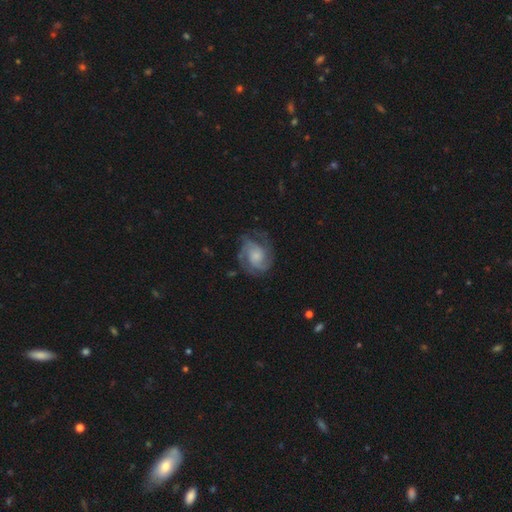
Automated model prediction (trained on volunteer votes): Smooth or featured: featured or disk — 78% (smooth — 16%)
Edge-on disk: no — 98% (yes — 2%)
Bar: no — 69% (weak — 26%)
Spiral arms: yes — 95% (no — 5%)
Spiral winding: medium — 44% (tight — 42%)
Spiral arm count: 2 — 41% (3 — 27%)
Bulge size: small — 38% (moderate — 33%)
Merging: none — 66% (minor disturbance — 20%)